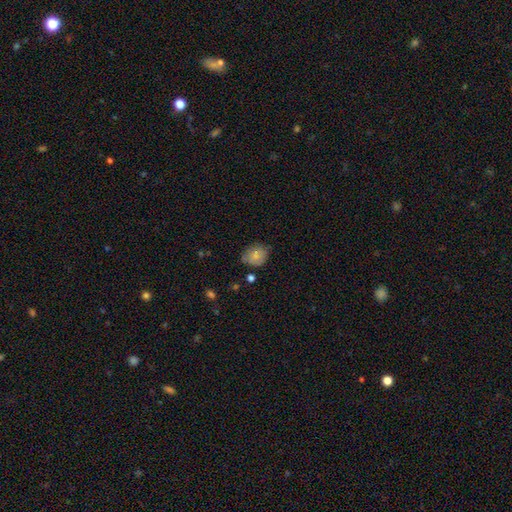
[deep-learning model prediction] Smooth or featured?
  - smooth: 79% *
  - featured or disk: 13%
  - star or artifact: 8%
How rounded?
  - round: 59% *
  - in between: 40%
  - cigar-shaped: 1%
Merging?
  - none: 68% *
  - minor disturbance: 25%
  - major disturbance: 5%
  - merger: 3%